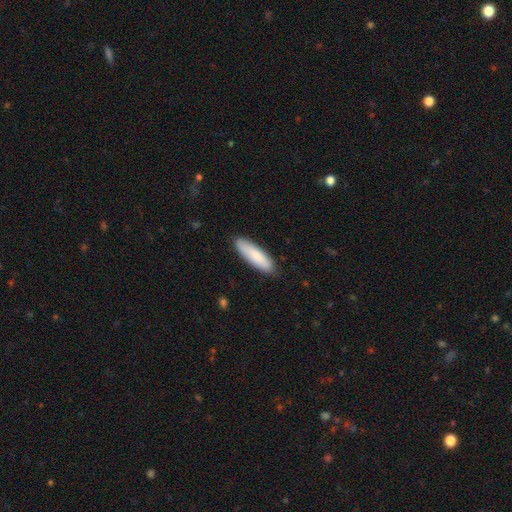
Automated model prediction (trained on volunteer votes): Overall: smooth (83%). How rounded: cigar-shaped (61%; in between 38%). Merging: none (87%).